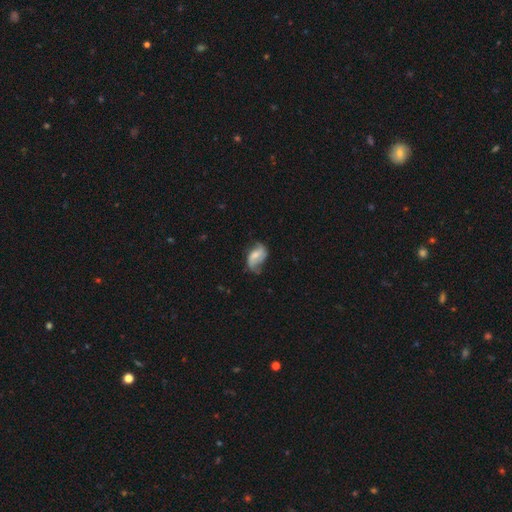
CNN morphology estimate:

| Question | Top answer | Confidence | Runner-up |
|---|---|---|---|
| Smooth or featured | featured or disk | 55% | smooth (37%) |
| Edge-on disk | no | 96% | yes (4%) |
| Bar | weak | 44% | no (33%) |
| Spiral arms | yes | 81% | no (19%) |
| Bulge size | small | 37% | moderate (31%) |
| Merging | none | 39% | minor disturbance (33%) |